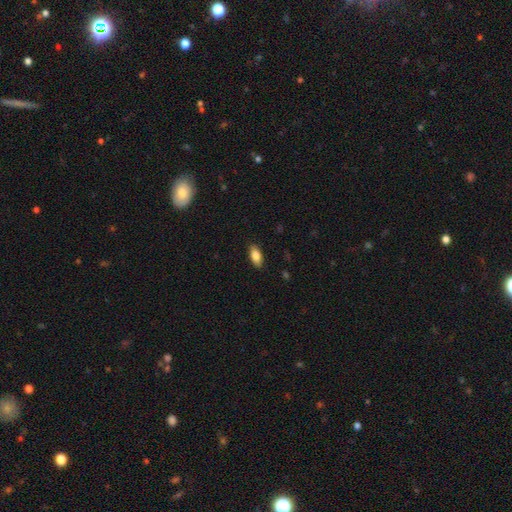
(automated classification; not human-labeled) smooth_or_featured: smooth (p=0.83) [alt: featured or disk p=0.10]
how_rounded: in between (p=0.88) [alt: cigar-shaped p=0.09]
merging: none (p=0.88) [alt: minor disturbance p=0.09]